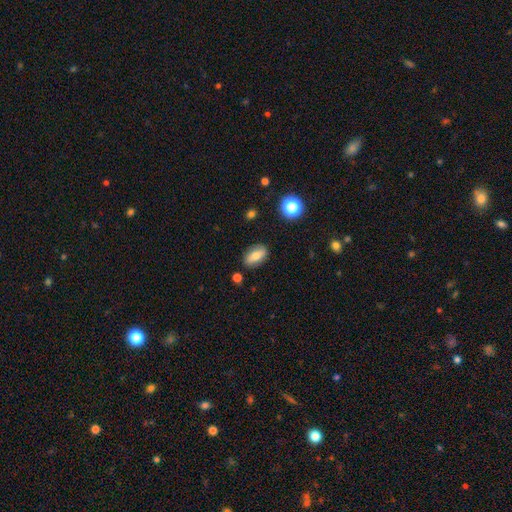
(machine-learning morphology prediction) Smooth or featured?
  - smooth: 65% *
  - featured or disk: 26%
  - star or artifact: 9%
How rounded?
  - in between: 85% *
  - round: 9%
  - cigar-shaped: 6%
Merging?
  - none: 84% *
  - minor disturbance: 11%
  - major disturbance: 3%
  - merger: 2%